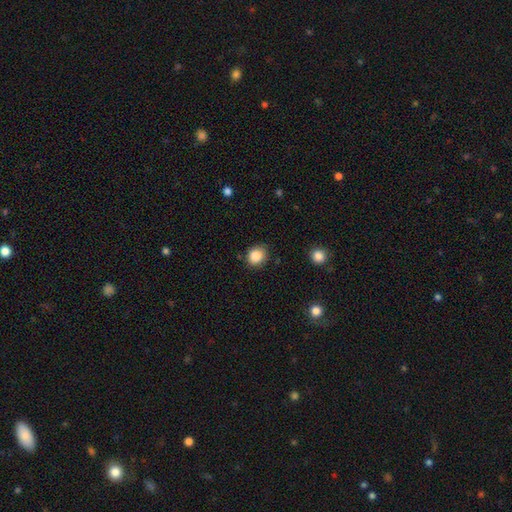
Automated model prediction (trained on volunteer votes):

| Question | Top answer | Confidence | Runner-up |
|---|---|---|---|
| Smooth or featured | smooth | 86% | star or artifact (10%) |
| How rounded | round | 73% | in between (27%) |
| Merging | none | 81% | minor disturbance (14%) |